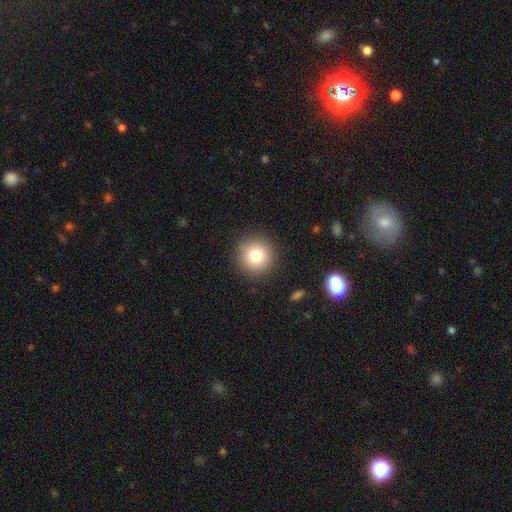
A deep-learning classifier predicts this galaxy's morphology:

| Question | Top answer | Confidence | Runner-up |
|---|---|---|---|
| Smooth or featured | smooth | 80% | star or artifact (11%) |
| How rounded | round | 94% | in between (5%) |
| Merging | none | 90% | minor disturbance (6%) |